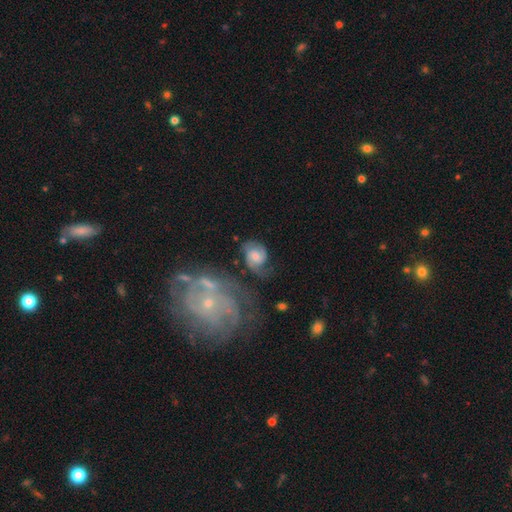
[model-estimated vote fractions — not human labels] Smooth or featured?
  - featured or disk: 72% *
  - smooth: 21%
  - star or artifact: 7%
Edge-on disk?
  - no: 97% *
  - yes: 3%
Bar?
  - no: 57% *
  - weak: 37%
  - strong: 6%
Spiral arms?
  - yes: 93% *
  - no: 7%
Spiral winding?
  - medium: 45% *
  - tight: 37%
  - loose: 18%
Spiral arm count?
  - 2: 74% *
  - can't tell: 12%
  - 1: 7%
  - 3: 4%
  - 4: 2%
  - more than 4: 2%
Bulge size?
  - moderate: 49% *
  - small: 29%
  - large: 12%
  - none: 8%
  - dominant: 2%
Merging?
  - none: 53% *
  - minor disturbance: 23%
  - major disturbance: 16%
  - merger: 8%